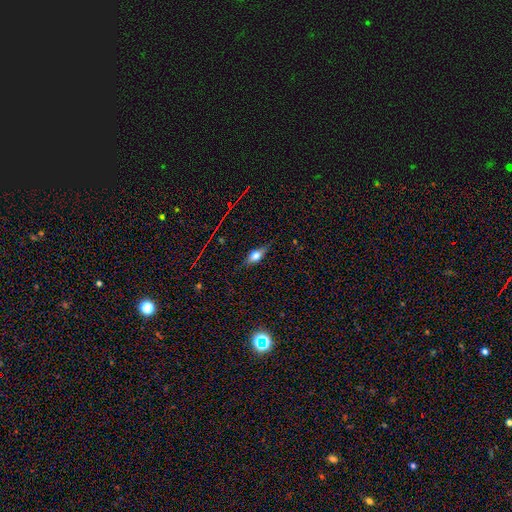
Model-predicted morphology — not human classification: Smooth or featured?
  - smooth: 57% *
  - featured or disk: 31%
  - star or artifact: 12%
How rounded?
  - in between: 74% *
  - cigar-shaped: 17%
  - round: 8%
Merging?
  - none: 79% *
  - minor disturbance: 17%
  - major disturbance: 4%
  - merger: 1%